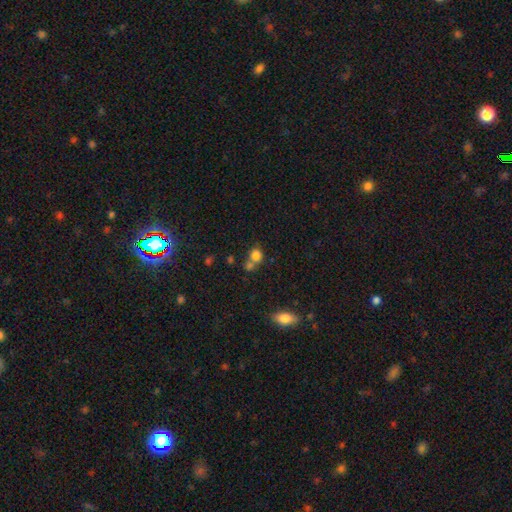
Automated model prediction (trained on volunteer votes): The model was most divided on "merging": merger: 43%, none: 42%, minor disturbance: 10%, major disturbance: 5%. More confident: smooth or featured — smooth (78%); how rounded — round (72%).